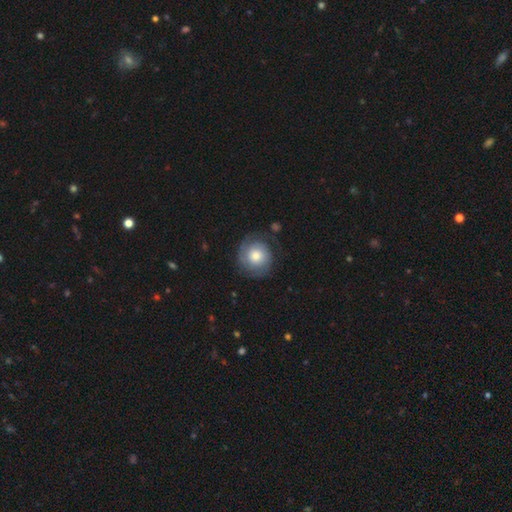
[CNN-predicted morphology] Q: Smooth or featured?
A: smooth (54%); runner-up: featured or disk (38%)
Q: How rounded?
A: round (91%); runner-up: in between (8%)
Q: Merging?
A: none (72%); runner-up: minor disturbance (18%)